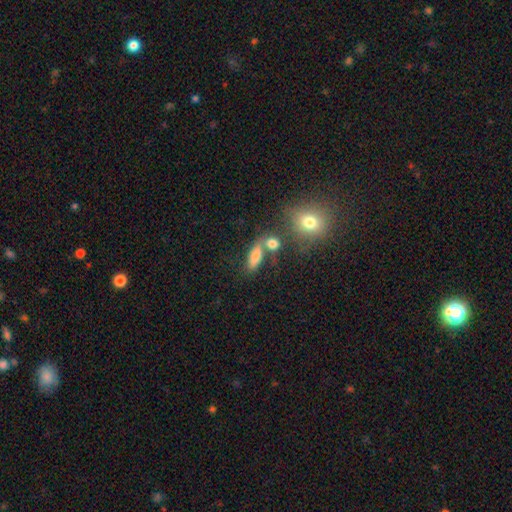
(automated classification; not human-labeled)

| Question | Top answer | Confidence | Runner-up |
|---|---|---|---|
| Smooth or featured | smooth | 76% | featured or disk (13%) |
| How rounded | in between | 61% | cigar-shaped (28%) |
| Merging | none | 52% | merger (26%) |